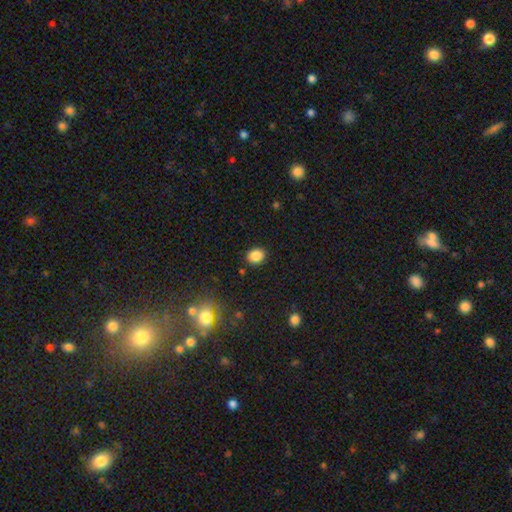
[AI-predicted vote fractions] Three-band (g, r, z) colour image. It shows a smooth galaxy with no disk features (85%) that is round (59%). Merging: none (88%).